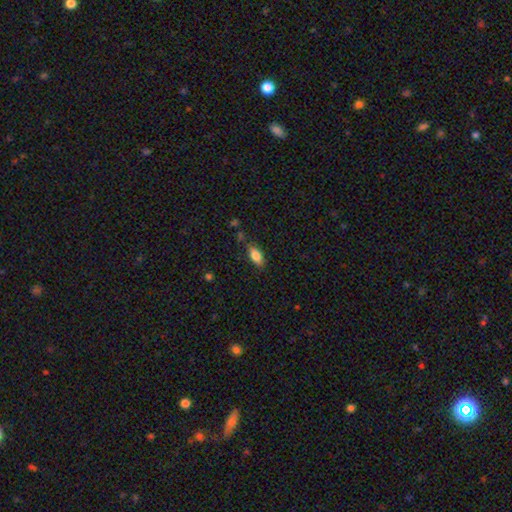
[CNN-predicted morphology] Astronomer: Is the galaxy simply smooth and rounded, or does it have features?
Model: smooth — 83%.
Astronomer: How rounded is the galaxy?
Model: in between — 86%.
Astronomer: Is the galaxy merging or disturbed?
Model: none — 77%.